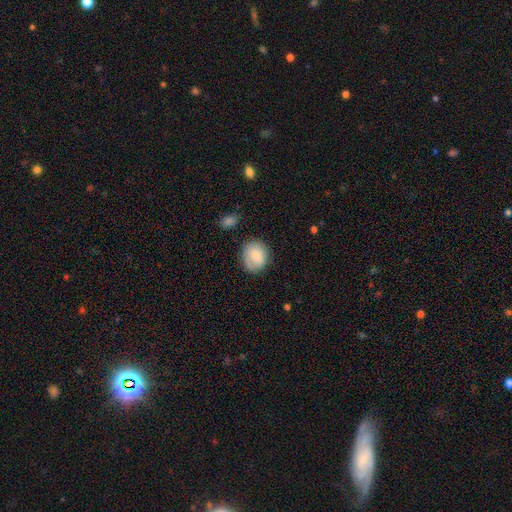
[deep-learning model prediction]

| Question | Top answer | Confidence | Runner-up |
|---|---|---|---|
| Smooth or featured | smooth | 73% | featured or disk (19%) |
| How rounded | round | 62% | in between (37%) |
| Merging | none | 74% | minor disturbance (18%) |